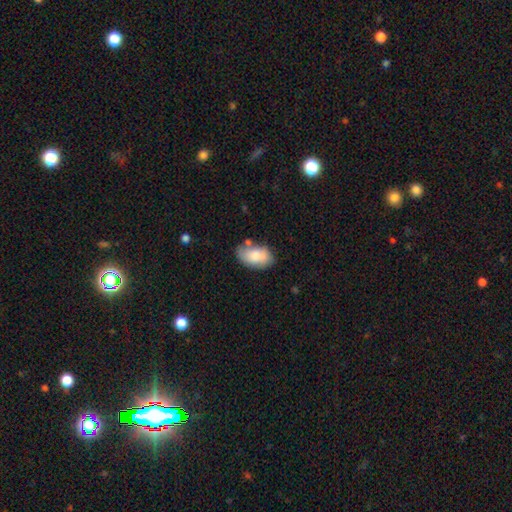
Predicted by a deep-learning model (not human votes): A smooth galaxy with no disk features (76%) that is in between round and cigar-shaped (93%).

Vote fractions:
- Smooth or featured? smooth: 76% / featured or disk: 17% / star or artifact: 7%
- How rounded? in between: 93% / round: 6% / cigar-shaped: 2%
- Merging? none: 60% / minor disturbance: 25% / merger: 8% / major disturbance: 6%